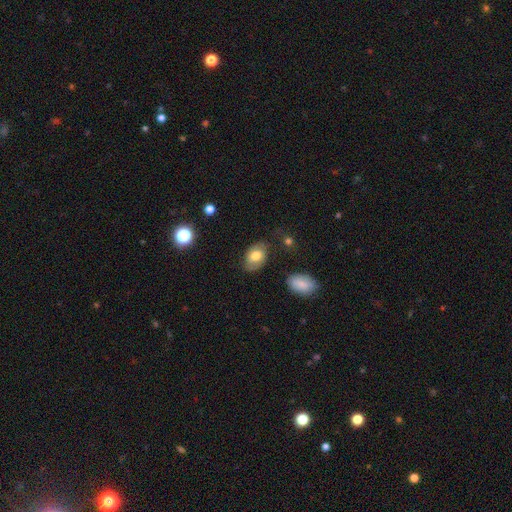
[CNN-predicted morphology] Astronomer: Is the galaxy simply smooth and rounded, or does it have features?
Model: smooth — 71%.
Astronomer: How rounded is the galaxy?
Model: in between — 85%.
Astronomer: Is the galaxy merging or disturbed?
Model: none — 74%.